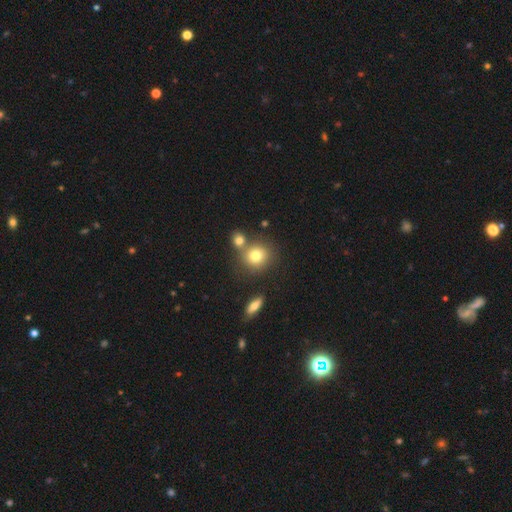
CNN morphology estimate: A smooth galaxy with no disk features (77%) that is round (83%). Merging: none (57%).